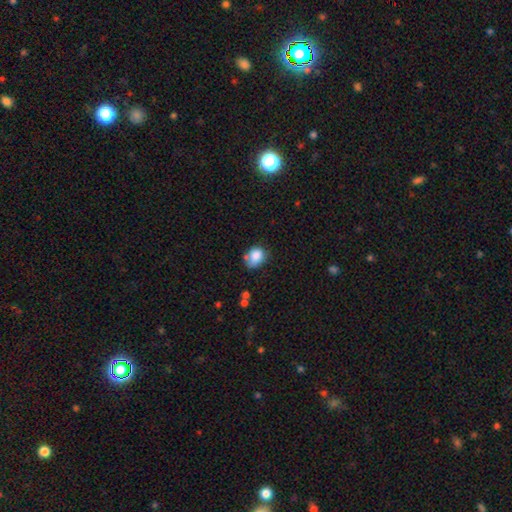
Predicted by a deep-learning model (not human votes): Overall: smooth (82%). How rounded: in between (53%; round 46%). Merging: none (48%; minor disturbance 31%).